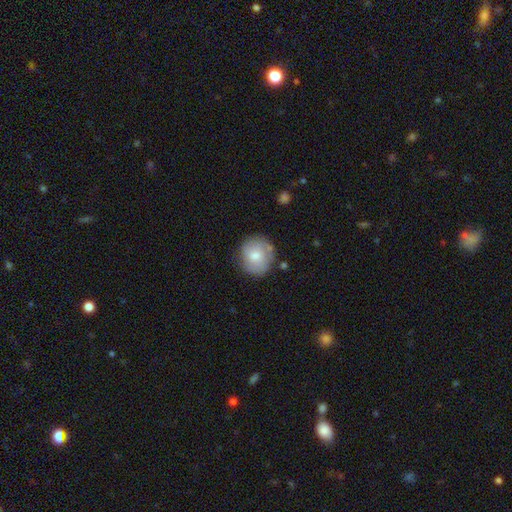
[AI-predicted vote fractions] Smooth or featured? Predicted: smooth (p=0.69). How rounded? Predicted: round (p=0.88). Merging? Predicted: none (p=0.75).